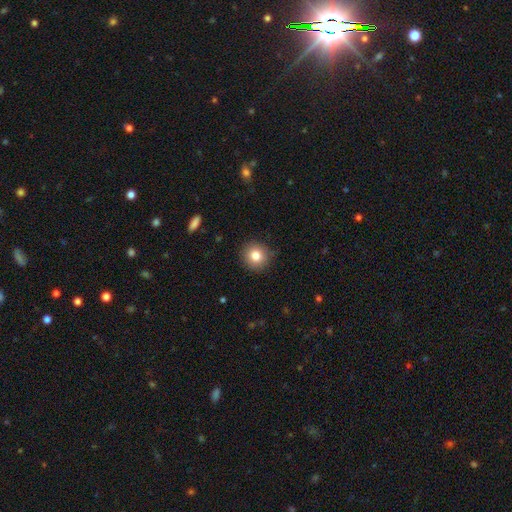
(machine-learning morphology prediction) Overall: smooth (82%). How rounded: round (92%). Merging: none (88%).